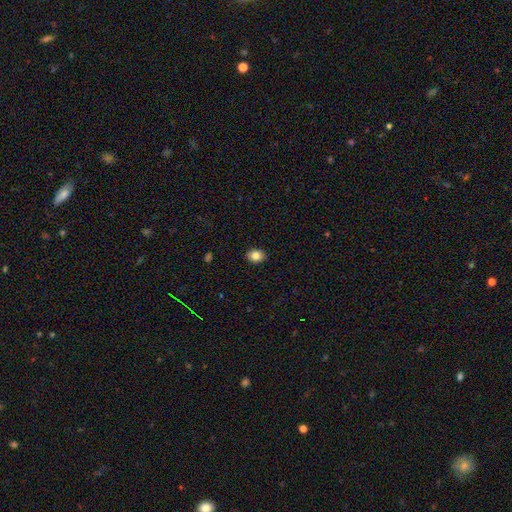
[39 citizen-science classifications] Smooth or featured?
  - smooth: 85% *
  - star or artifact: 10%
  - featured or disk: 5%
How rounded?
  - round: 61% *
  - in between: 39%
  - cigar-shaped: 0%
Merging?
  - none: 94% *
  - minor disturbance: 3%
  - major disturbance: 3%
  - merger: 0%